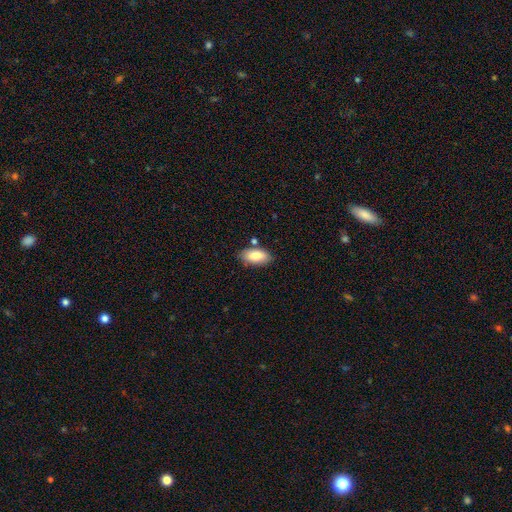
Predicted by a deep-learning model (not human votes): smooth_or_featured: smooth (p=0.82) [alt: featured or disk p=0.11]
how_rounded: in between (p=0.91) [alt: cigar-shaped p=0.06]
merging: none (p=0.78) [alt: minor disturbance p=0.13]